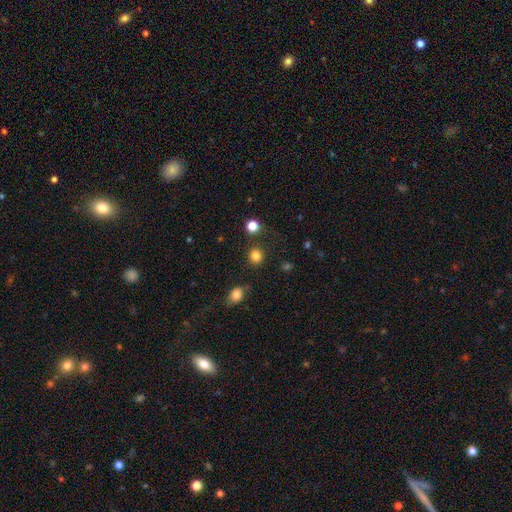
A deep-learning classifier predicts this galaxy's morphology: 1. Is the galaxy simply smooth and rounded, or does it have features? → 82% smooth, 13% star or artifact, 5% featured or disk.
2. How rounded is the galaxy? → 89% round, 10% in between, 1% cigar-shaped.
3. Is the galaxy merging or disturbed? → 86% none, 8% minor disturbance, 4% merger, 3% major disturbance.